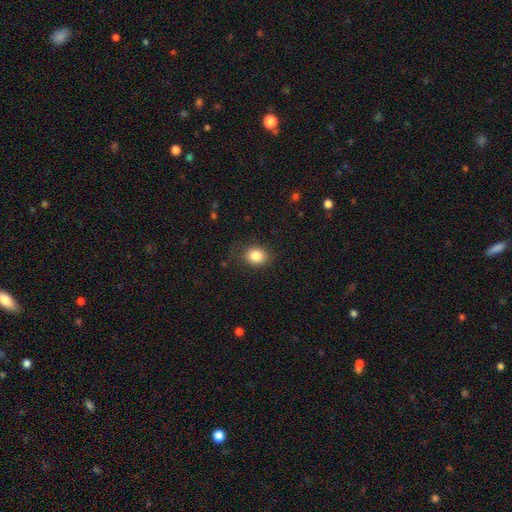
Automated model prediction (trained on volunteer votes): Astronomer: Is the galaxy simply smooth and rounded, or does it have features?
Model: smooth — 84%.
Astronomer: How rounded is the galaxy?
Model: round — 52% (runner-up: in between, 47%).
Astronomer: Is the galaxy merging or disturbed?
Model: none — 81%.